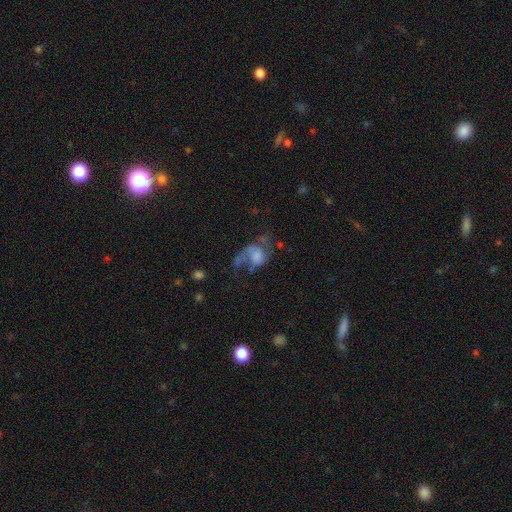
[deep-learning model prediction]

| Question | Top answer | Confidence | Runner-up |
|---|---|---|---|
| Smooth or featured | featured or disk | 61% | smooth (30%) |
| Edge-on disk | no | 98% | yes (2%) |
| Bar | no | 70% | weak (25%) |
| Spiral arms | yes | 78% | no (22%) |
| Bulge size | moderate | 27% | none (25%) |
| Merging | major disturbance | 43% | none (31%) |